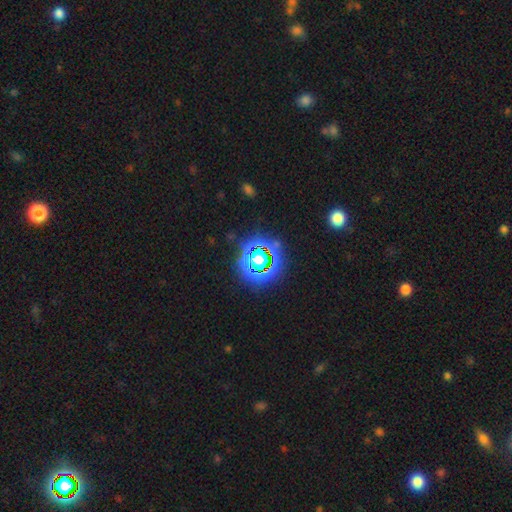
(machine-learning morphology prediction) smooth_or_featured: star or artifact (p=0.64) [alt: smooth p=0.25]